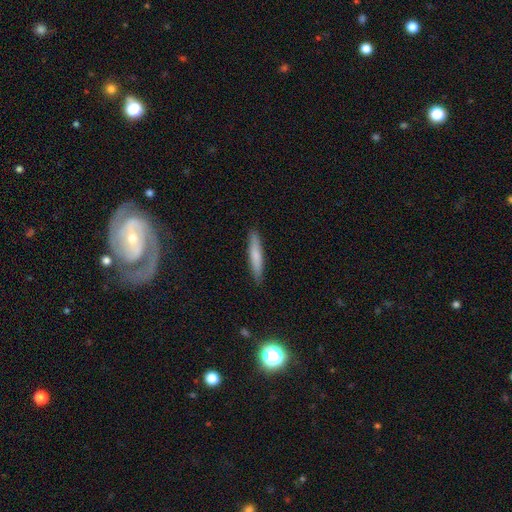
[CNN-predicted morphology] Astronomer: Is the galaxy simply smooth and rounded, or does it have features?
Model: smooth — 73%.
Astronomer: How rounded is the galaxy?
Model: cigar-shaped — 91%.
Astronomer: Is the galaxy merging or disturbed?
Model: none — 89%.